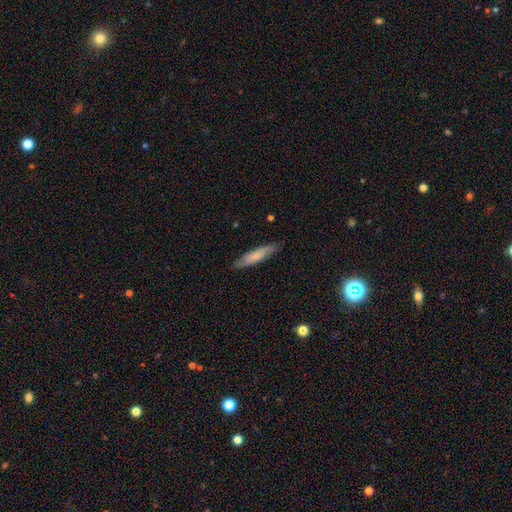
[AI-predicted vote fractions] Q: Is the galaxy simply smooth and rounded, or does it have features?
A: smooth — 72%.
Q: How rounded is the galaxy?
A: cigar-shaped — 83%.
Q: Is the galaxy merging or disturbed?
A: none — 87%.